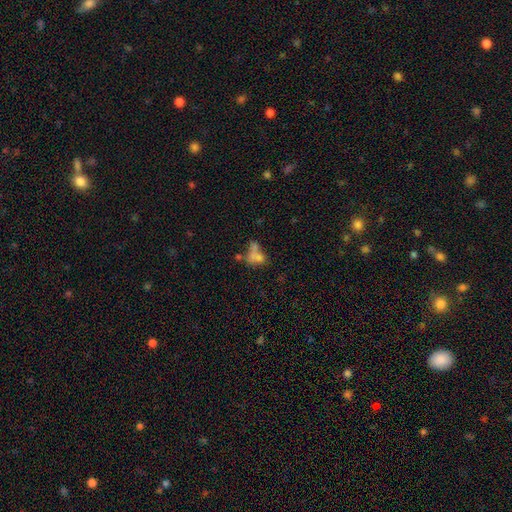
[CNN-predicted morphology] Smooth or featured: smooth — 57% (featured or disk — 27%)
How rounded: in between — 67% (round — 28%)
Merging: merger — 49% (none — 26%)